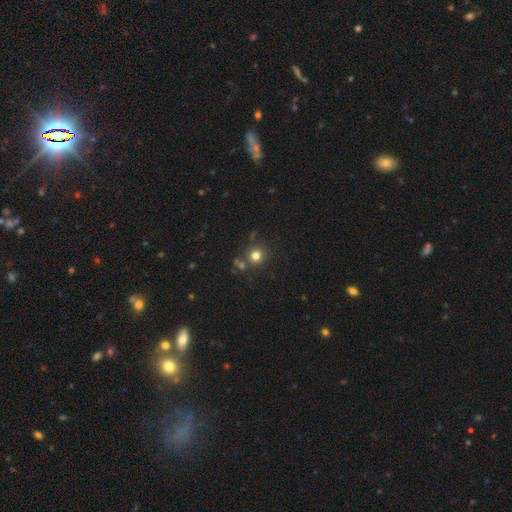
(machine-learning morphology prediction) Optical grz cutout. It shows a smooth galaxy with no disk features (76%) that is round (92%). Merging: none (76%).